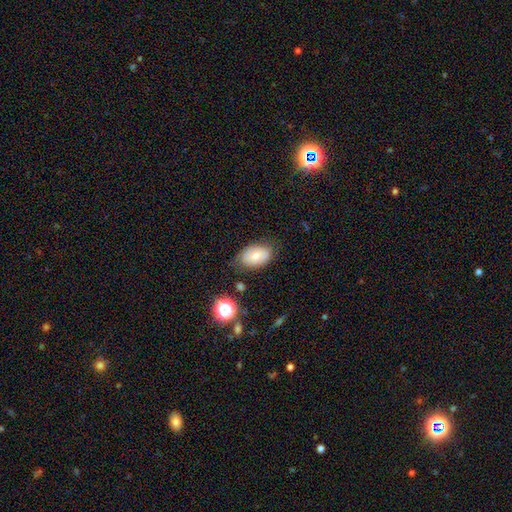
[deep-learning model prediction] This is likely a smooth galaxy (75%). How rounded: clearly in between (89%). Merging: likely none (71%).